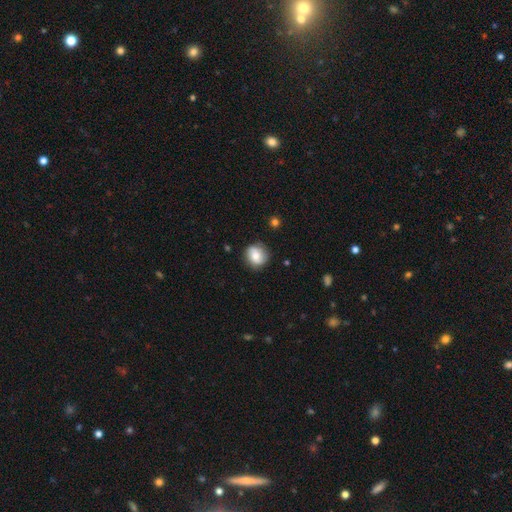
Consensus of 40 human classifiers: Morphology: type=smooth (65%); roundness=round (77%); merging=none (80%).